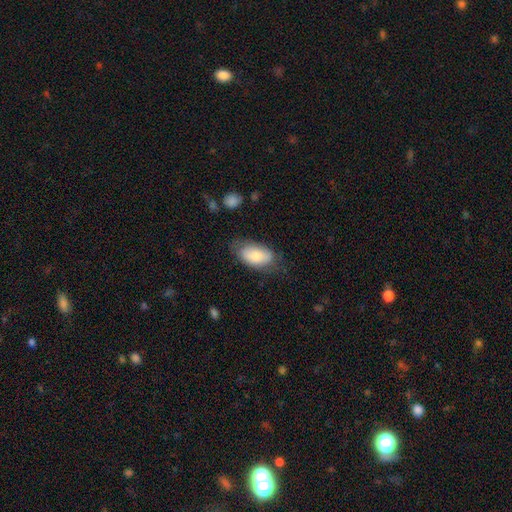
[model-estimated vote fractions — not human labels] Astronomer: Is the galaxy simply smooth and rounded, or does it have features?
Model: smooth — 77%.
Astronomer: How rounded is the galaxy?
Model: in between — 94%.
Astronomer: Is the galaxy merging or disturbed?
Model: none — 65%.